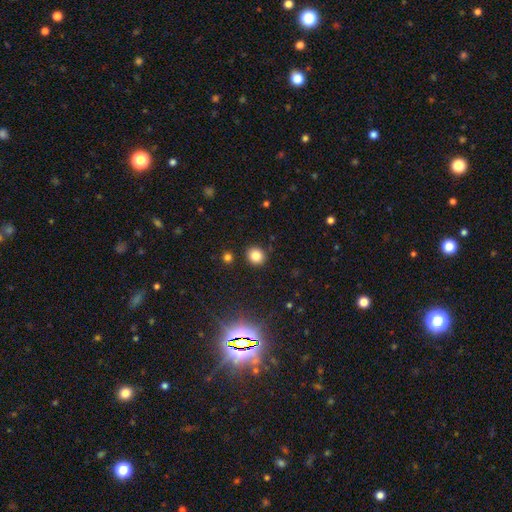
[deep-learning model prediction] Morphology: type=smooth (82%); roundness=round (84%); merging=none (89%).